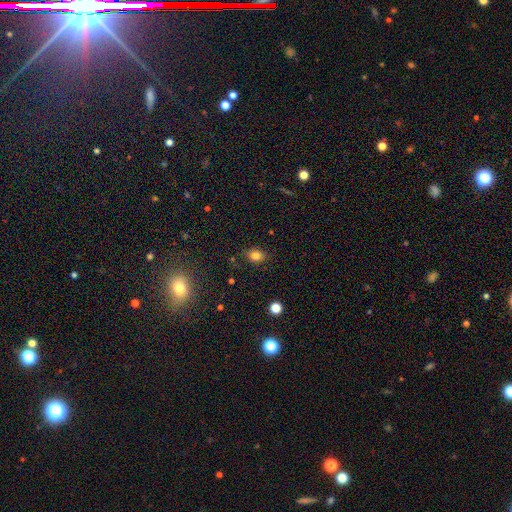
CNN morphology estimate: smooth-or-featured: smooth: 81% | star or artifact: 13% | featured or disk: 7%
  how-rounded: in between: 62% | round: 37% | cigar-shaped: 1%
  merging: none: 80% | minor disturbance: 15% | major disturbance: 4% | merger: 2%